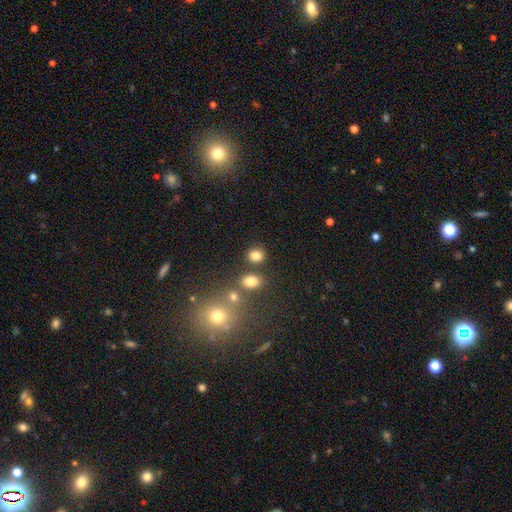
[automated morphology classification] Smooth or featured? Predicted: smooth (p=0.81). How rounded? Predicted: round (p=0.63). Merging? Predicted: none (p=0.74).